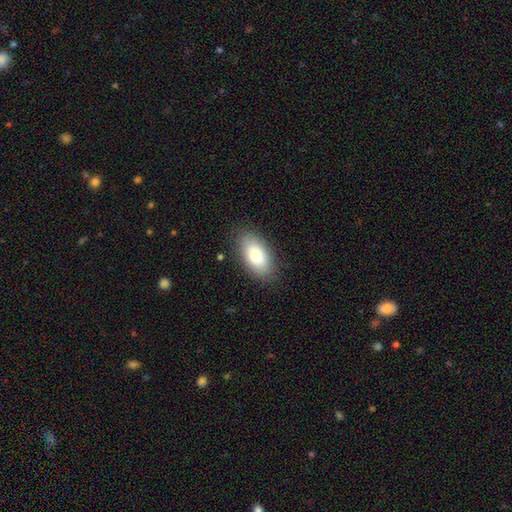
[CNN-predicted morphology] smooth_or_featured: smooth (p=0.80) [alt: featured or disk p=0.13]
how_rounded: in between (p=0.93) [alt: cigar-shaped p=0.04]
merging: none (p=0.85) [alt: minor disturbance p=0.11]